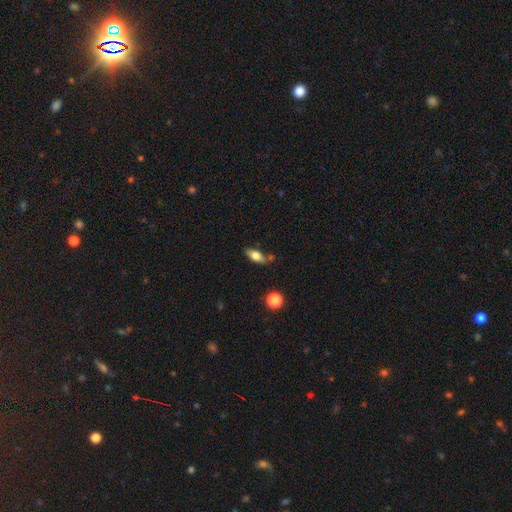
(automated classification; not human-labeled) Smooth or featured?
  - smooth: 66% *
  - featured or disk: 26%
  - star or artifact: 8%
How rounded?
  - in between: 77% *
  - cigar-shaped: 18%
  - round: 4%
Merging?
  - none: 74% *
  - minor disturbance: 16%
  - merger: 7%
  - major disturbance: 3%